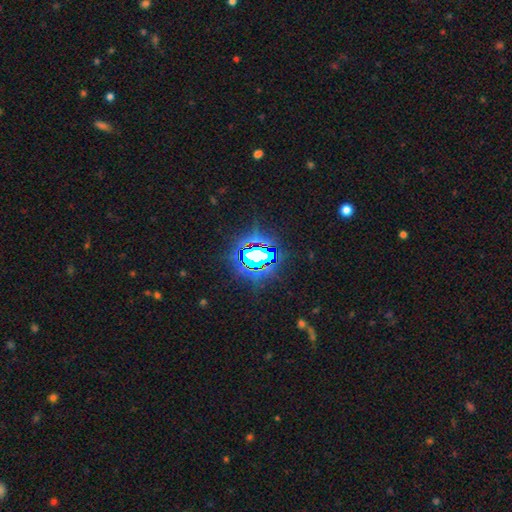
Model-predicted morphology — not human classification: This is likely a star or artifact rather than a galaxy (76%).